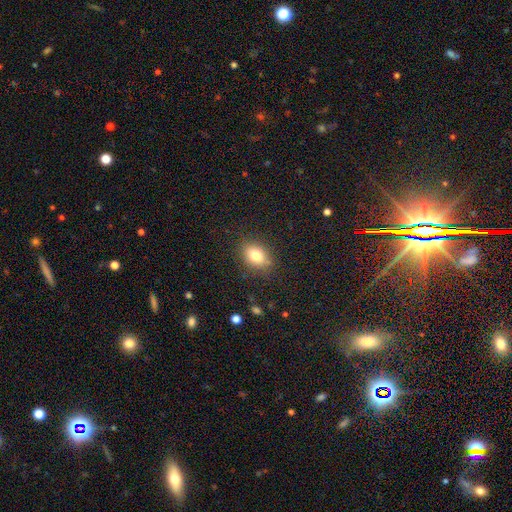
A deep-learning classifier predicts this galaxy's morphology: The model was most divided on "how rounded": in between: 73%, round: 24%, cigar-shaped: 3%. More confident: merging — none (82%); smooth or featured — smooth (76%).